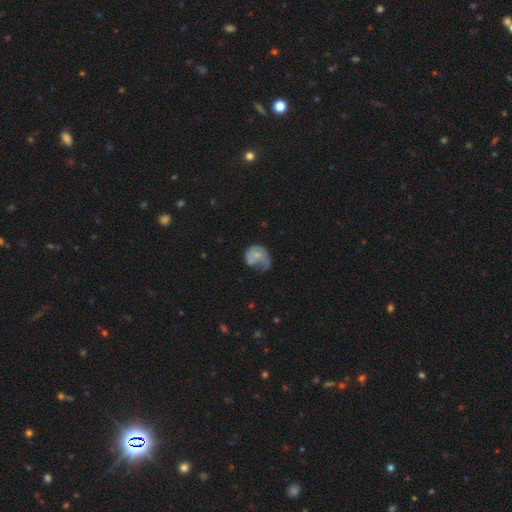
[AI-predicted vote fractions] The model was most divided on "smooth or featured": featured or disk: 48%, smooth: 44%, star or artifact: 8%. Remaining: merging — major disturbance (41%).